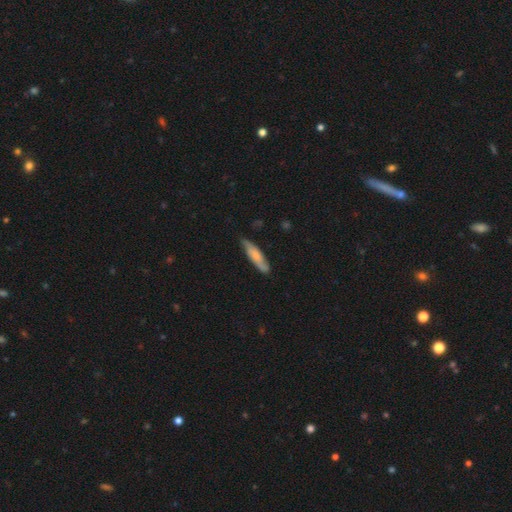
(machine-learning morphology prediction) Smooth or featured: smooth — 53% (featured or disk — 41%)
How rounded: cigar-shaped — 70% (in between — 29%)
Merging: none — 76% (minor disturbance — 20%)